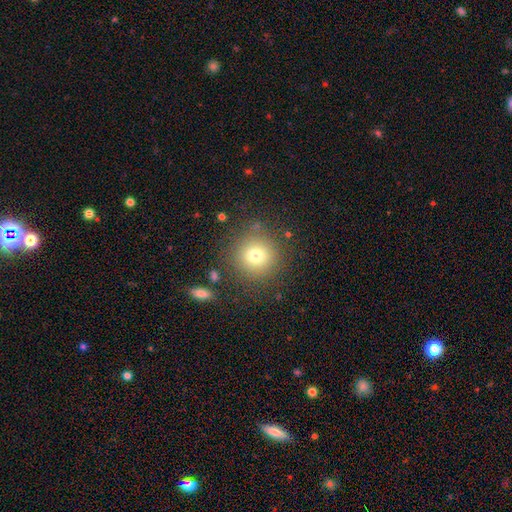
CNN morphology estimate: A smooth galaxy with no disk features (74%) that is round (93%).

Vote fractions:
- Smooth or featured? smooth: 74% / star or artifact: 14% / featured or disk: 11%
- How rounded? round: 93% / in between: 6% / cigar-shaped: 1%
- Merging? none: 83% / minor disturbance: 9% / major disturbance: 4% / merger: 3%